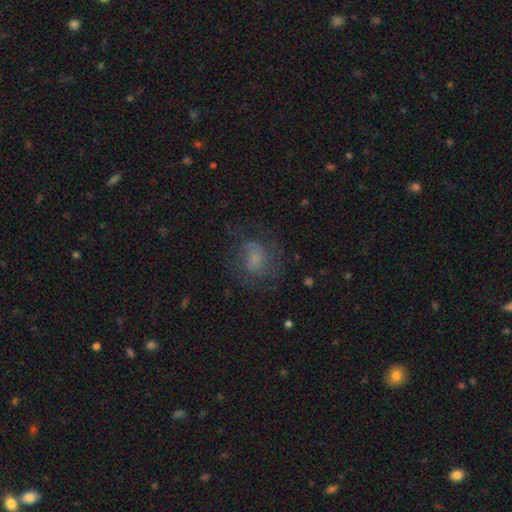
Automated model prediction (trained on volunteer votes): Smooth or featured? Predicted: featured or disk (p=0.46). Merging? Predicted: none (p=0.63).